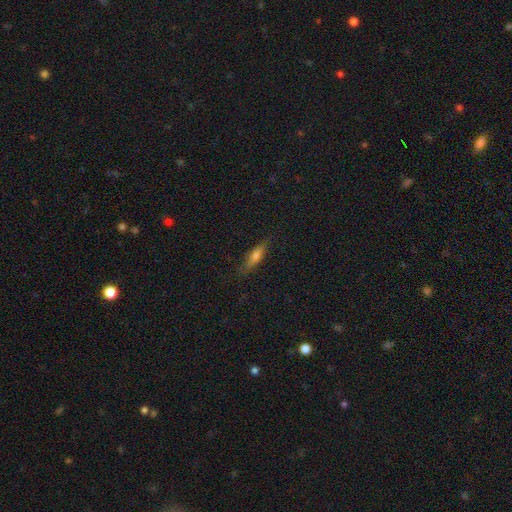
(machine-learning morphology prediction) Smooth or featured? smooth (55%)
How rounded? cigar-shaped (63%)
Merging? none (81%)